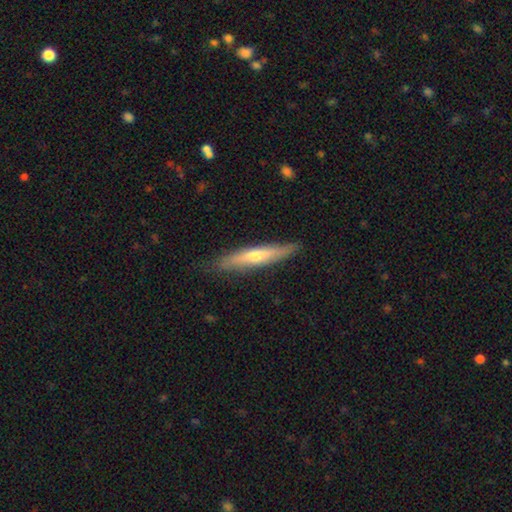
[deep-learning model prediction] smooth 47% (tied), featured or disk 47% (tied), star or artifact 6%. Down the decision tree: merging — none (85%).